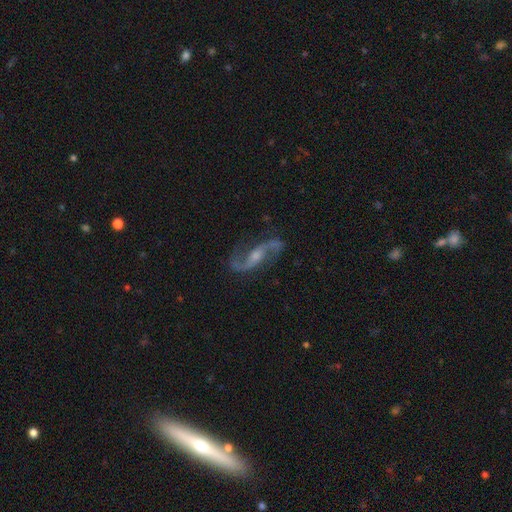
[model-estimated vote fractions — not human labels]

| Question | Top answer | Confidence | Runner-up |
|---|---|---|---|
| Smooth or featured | featured or disk | 89% | star or artifact (7%) |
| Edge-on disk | no | 94% | yes (6%) |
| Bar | weak | 42% | no (35%) |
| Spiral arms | yes | 97% | no (3%) |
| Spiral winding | loose | 60% | medium (32%) |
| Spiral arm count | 2 | 93% | can't tell (2%) |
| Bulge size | small | 46% | moderate (44%) |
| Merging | none | 80% | minor disturbance (13%) |